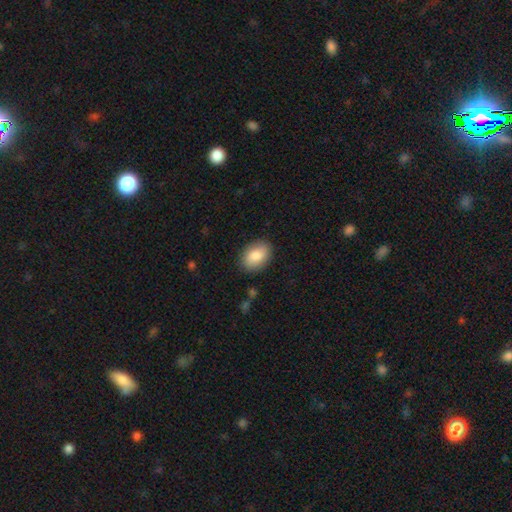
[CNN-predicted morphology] Q: Smooth or featured?
A: smooth (85%); runner-up: featured or disk (9%)
Q: How rounded?
A: in between (82%); runner-up: round (17%)
Q: Merging?
A: none (86%); runner-up: minor disturbance (10%)